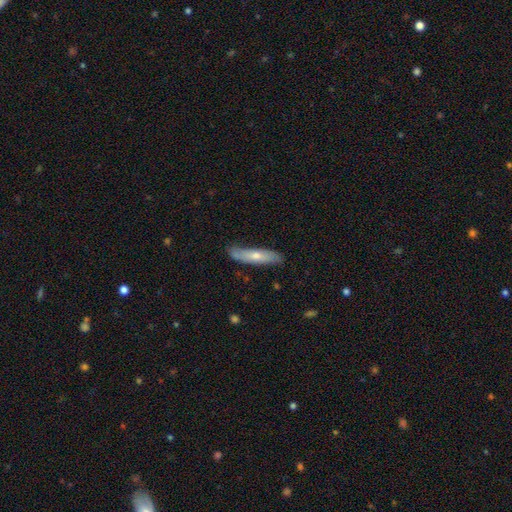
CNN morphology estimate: This is possibly a smooth galaxy (50%). Merging: likely none (78%).